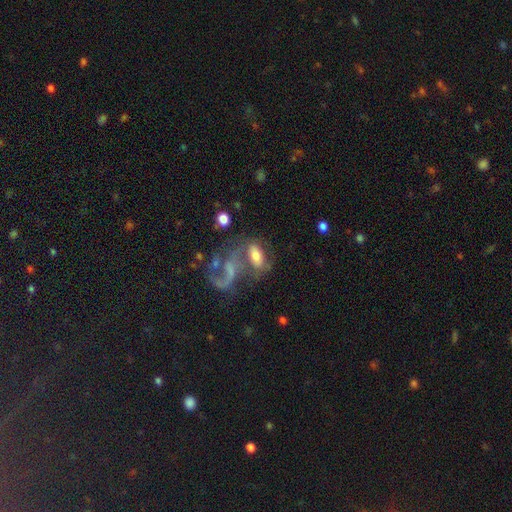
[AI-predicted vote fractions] Morphology: type=smooth (48%); merging=merger (38%).